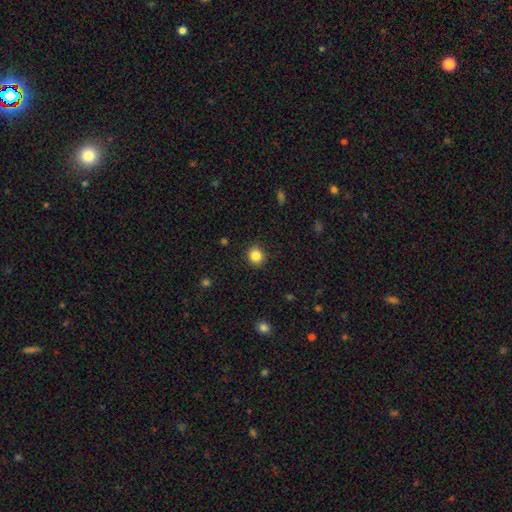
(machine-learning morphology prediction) The model was most divided on "how rounded": round: 86%, in between: 14%, cigar-shaped: 1%. More confident: merging — none (91%); smooth or featured — smooth (85%).